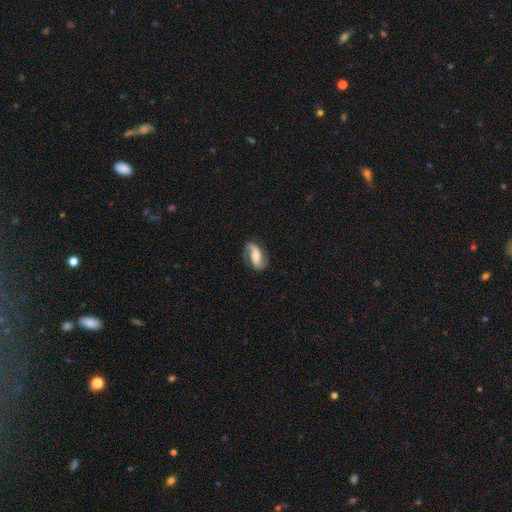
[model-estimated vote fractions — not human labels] Smooth or featured? featured or disk (79%)
Edge-on disk? no (96%)
Bar? weak (36%, tied with no)
Spiral arms? yes (94%)
Spiral winding? loose (51%)
Spiral arm count? 2 (80%)
Bulge size? moderate (54%)
Merging? none (73%)